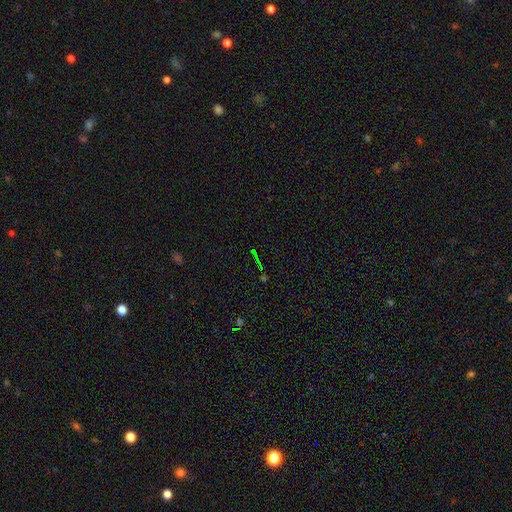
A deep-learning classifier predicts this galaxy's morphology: A star or artifact, not a galaxy (74%).